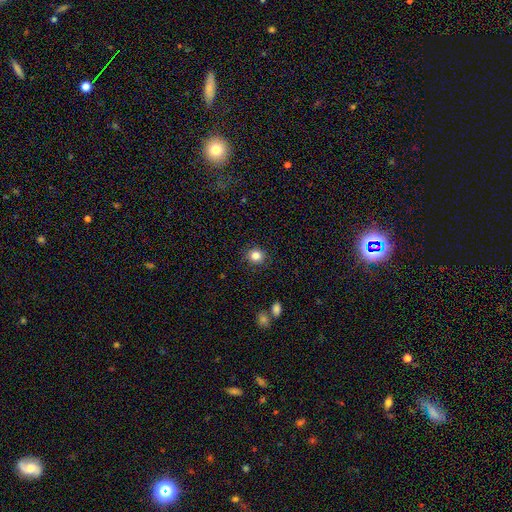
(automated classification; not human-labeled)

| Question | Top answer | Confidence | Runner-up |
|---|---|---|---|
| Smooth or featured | smooth | 84% | star or artifact (11%) |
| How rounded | round | 84% | in between (15%) |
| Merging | none | 89% | minor disturbance (8%) |